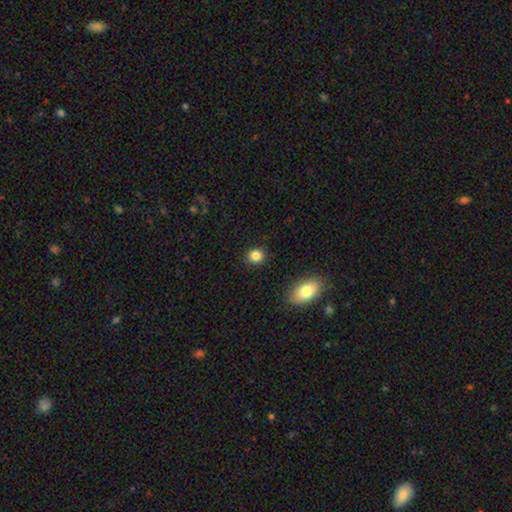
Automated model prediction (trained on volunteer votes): Smooth or featured? Predicted: smooth (p=0.85). How rounded? Predicted: round (p=0.74). Merging? Predicted: none (p=0.90).